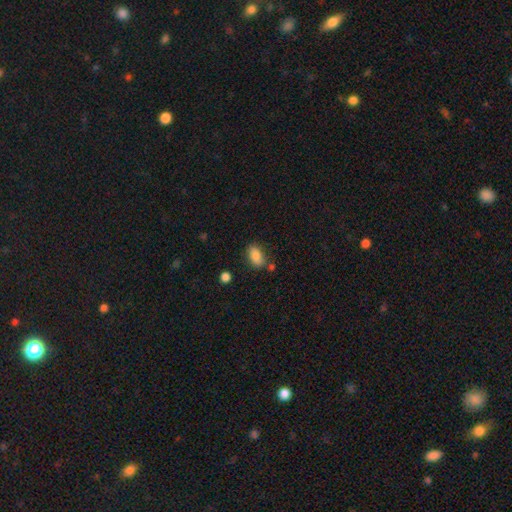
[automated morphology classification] smooth-or-featured: smooth: 86% | star or artifact: 8% | featured or disk: 6%
  how-rounded: in between: 90% | round: 6% | cigar-shaped: 4%
  merging: none: 73% | minor disturbance: 15% | merger: 8% | major disturbance: 4%